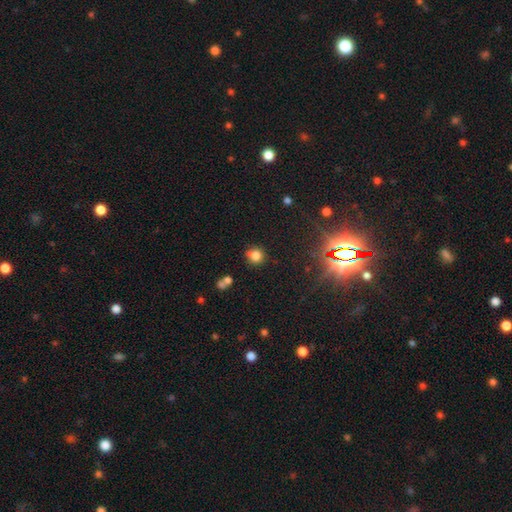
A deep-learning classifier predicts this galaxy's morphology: Smooth or featured: smooth — 79% (star or artifact — 14%)
How rounded: round — 88% (in between — 11%)
Merging: none — 75% (minor disturbance — 14%)